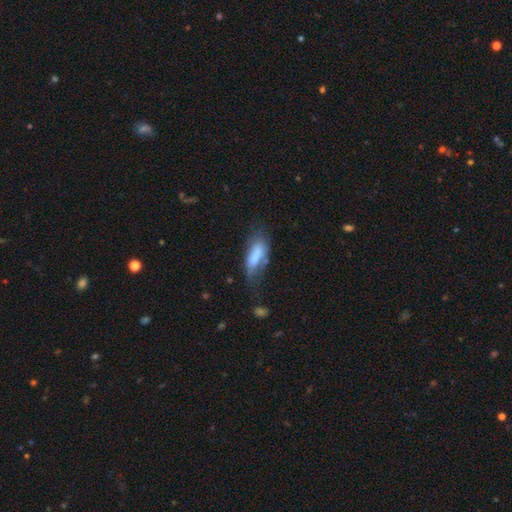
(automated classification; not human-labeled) The model was most divided on "merging": none: 39%, minor disturbance: 31%, major disturbance: 23%, merger: 8%. More confident: how rounded — in between (70%); smooth or featured — smooth (70%).